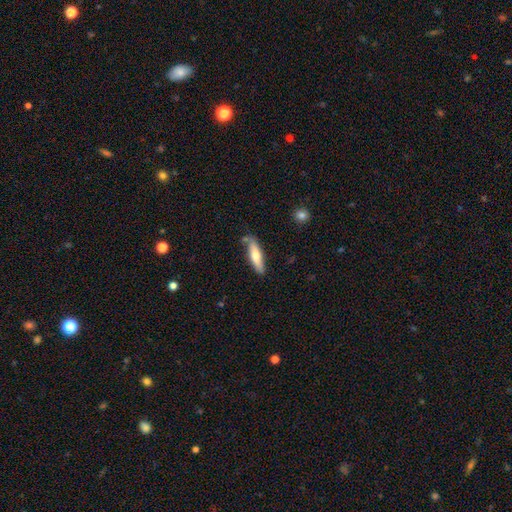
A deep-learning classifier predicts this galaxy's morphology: This appears to be a smooth galaxy with no disk features (64%) that is cigar-shaped (67%). Merging: none (72%).